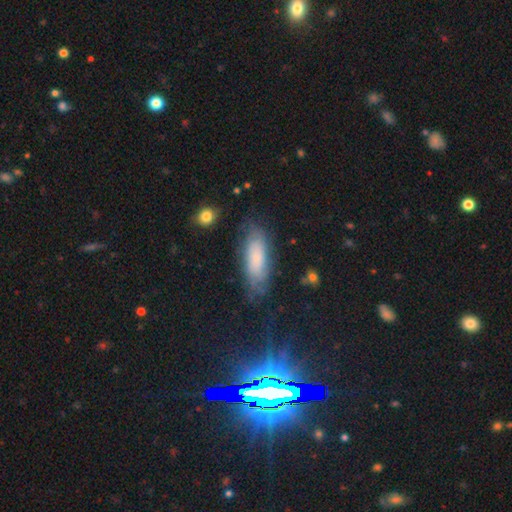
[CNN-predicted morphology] type=smooth (60%); roundness=in between (68%); merging=none (71%).